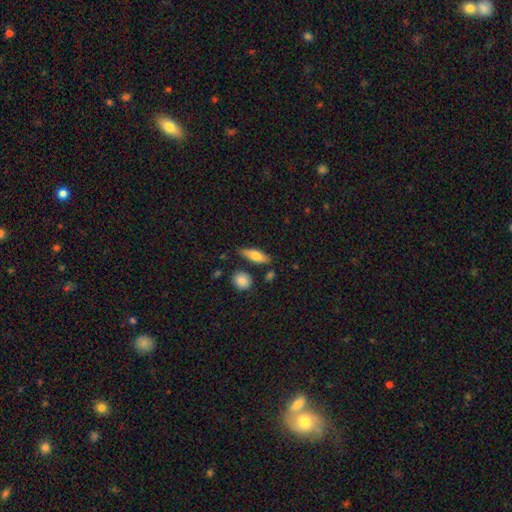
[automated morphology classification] Q: Smooth or featured?
A: smooth (71%); runner-up: featured or disk (23%)
Q: How rounded?
A: in between (59%); runner-up: cigar-shaped (38%)
Q: Merging?
A: none (77%); runner-up: minor disturbance (15%)